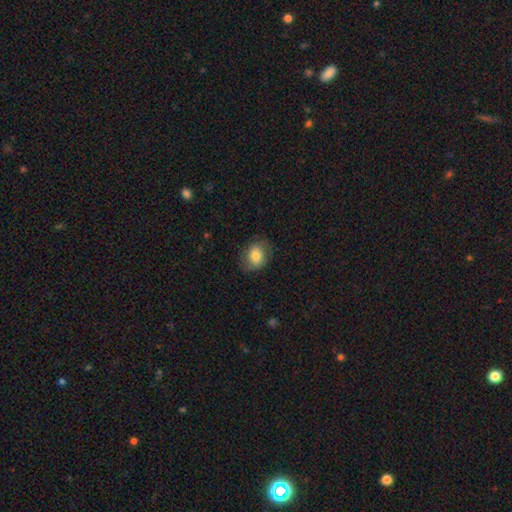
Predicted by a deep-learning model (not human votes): The model was most divided on "how rounded": in between: 52%, round: 47%, cigar-shaped: 1%. More confident: merging — none (76%); smooth or featured — smooth (75%).